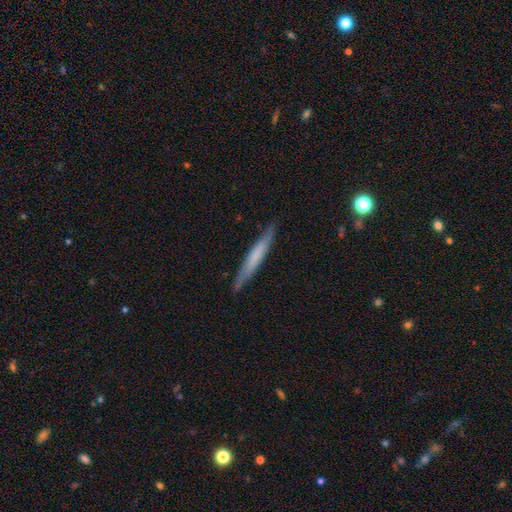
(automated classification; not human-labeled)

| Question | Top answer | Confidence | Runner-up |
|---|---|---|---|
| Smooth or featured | smooth | 56% | featured or disk (38%) |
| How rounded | cigar-shaped | 95% | in between (4%) |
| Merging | none | 86% | minor disturbance (11%) |